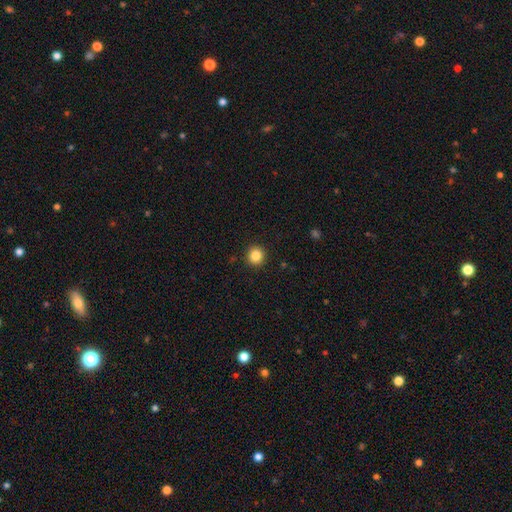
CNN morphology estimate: type=smooth (85%); roundness=round (91%); merging=none (92%).